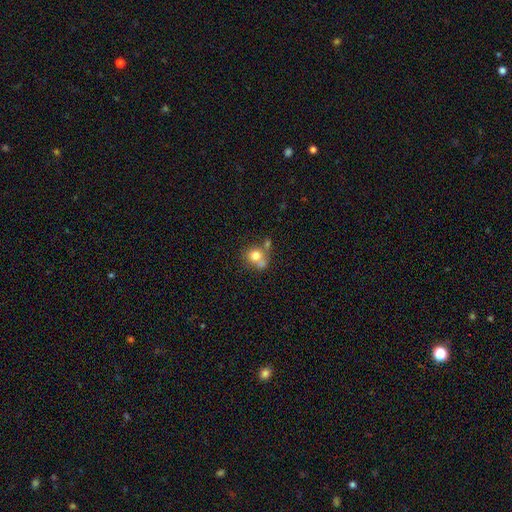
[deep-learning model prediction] The model was most divided on "merging" (2-way tie): merger: 42%, none: 42%, minor disturbance: 10%, major disturbance: 5%. More confident: how rounded — round (82%); smooth or featured — smooth (75%).